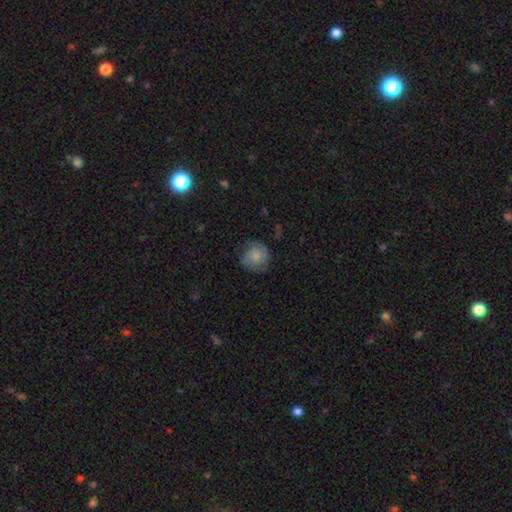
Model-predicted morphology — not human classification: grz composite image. It shows a featured or disk galaxy (47%). Merging: none (69%).